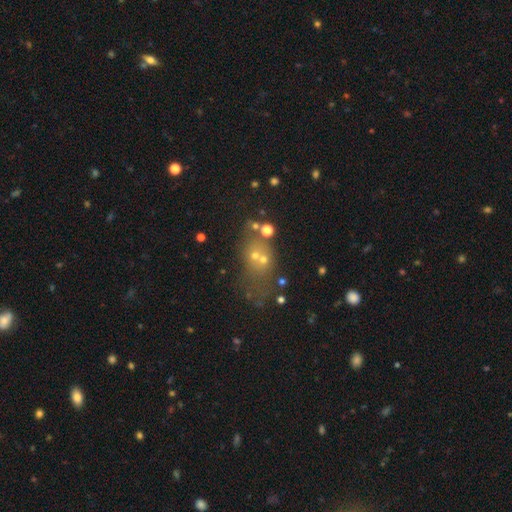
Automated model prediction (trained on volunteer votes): A smooth galaxy with no disk features (41%). Merging: none (40%).